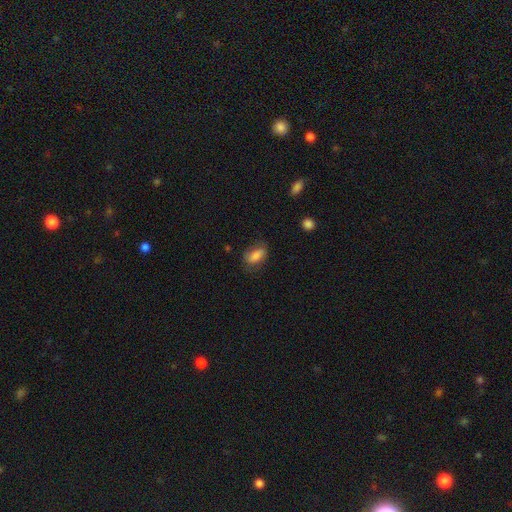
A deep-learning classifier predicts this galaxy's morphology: Overall: smooth (75%). How rounded: in between (86%). Merging: none (67%).